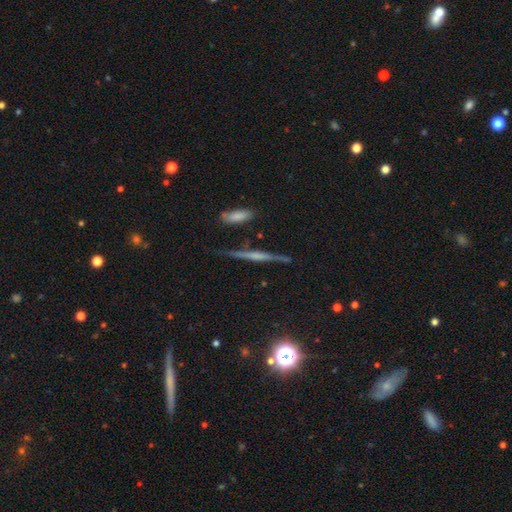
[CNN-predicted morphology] A featured or disk galaxy (70%) viewed edge-on (96%) with a rounded central bulge (40%).

Vote fractions:
- Smooth or featured? featured or disk: 70% / smooth: 22% / star or artifact: 9%
- Edge-on disk? yes: 96% / no: 4%
- Edge-on bulge? rounded: 40% / none: 32% / boxy: 28%
- Merging? none: 80% / minor disturbance: 14% / merger: 3% / major disturbance: 3%